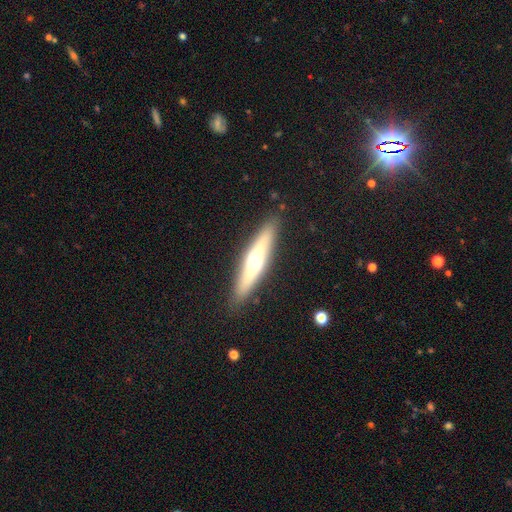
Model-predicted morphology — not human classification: smooth-or-featured: featured or disk: 54% | smooth: 40% | star or artifact: 6%
  disk-edge-on: yes: 89% | no: 11%
  merging: none: 88% | minor disturbance: 8% | major disturbance: 2% | merger: 1%